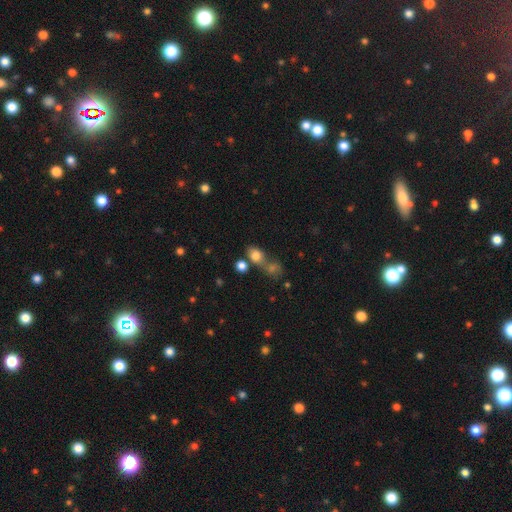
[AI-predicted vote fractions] Smooth or featured: smooth — 78% (star or artifact — 13%)
How rounded: in between — 53% (round — 44%)
Merging: none — 44% (merger — 38%)